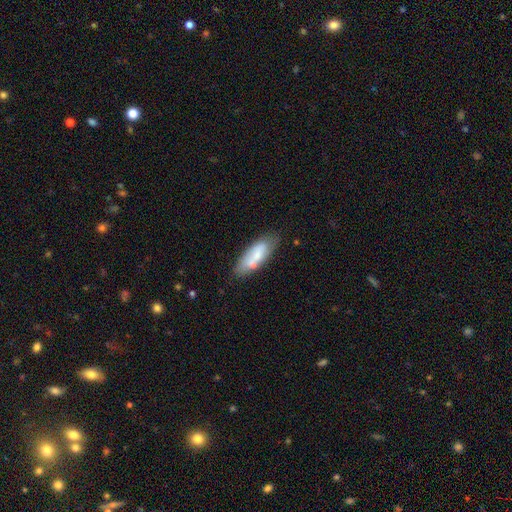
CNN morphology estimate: Smooth or featured? smooth (66%)
How rounded? in between (68%)
Merging? none (59%)